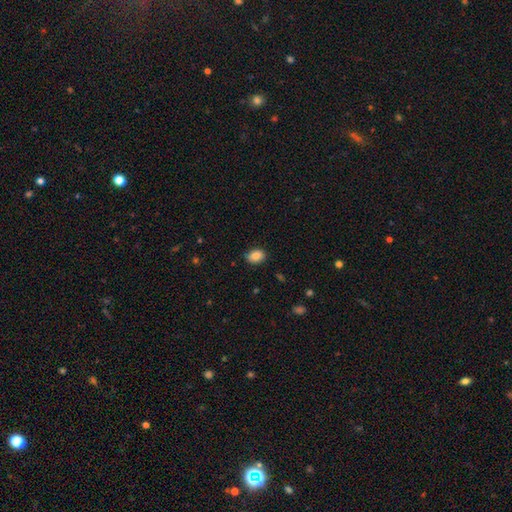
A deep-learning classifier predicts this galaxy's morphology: This appears to be a smooth galaxy with no disk features (86%) that is in between round and cigar-shaped (76%). Merging: none (84%).